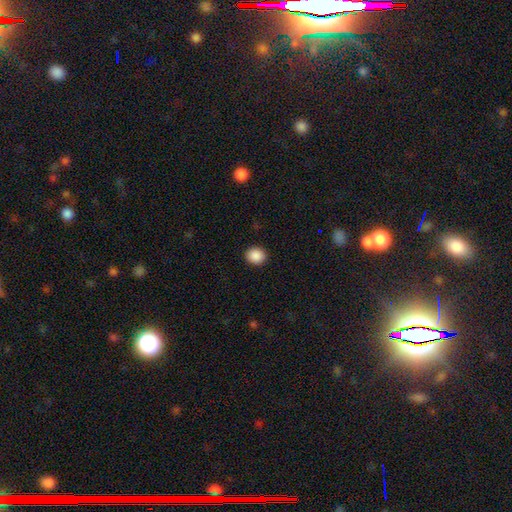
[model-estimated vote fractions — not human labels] smooth-or-featured: smooth: 89% | star or artifact: 9% | featured or disk: 2%
  how-rounded: round: 73% | in between: 26% | cigar-shaped: 1%
  merging: none: 92% | minor disturbance: 6% | major disturbance: 2% | merger: 1%